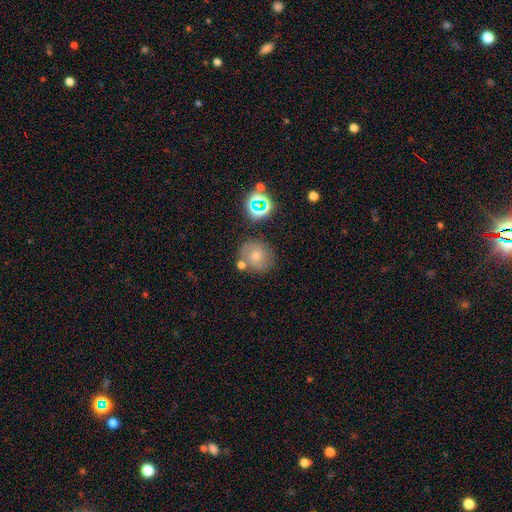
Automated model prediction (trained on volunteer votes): Smooth or featured? Predicted: smooth (p=0.52). How rounded? Predicted: round (p=0.83). Merging? Predicted: none (p=0.66).